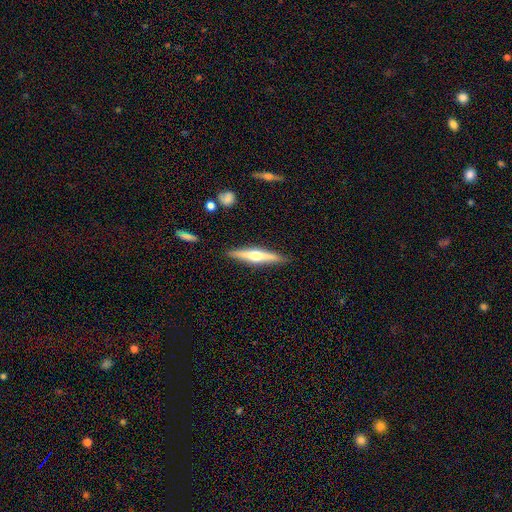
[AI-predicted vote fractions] smooth-or-featured: featured or disk: 63% | smooth: 31% | star or artifact: 5%
  disk-edge-on: yes: 96% | no: 4%
    edge-on-bulge: rounded: 92% | none: 5% | boxy: 3%
  merging: none: 89% | minor disturbance: 8% | major disturbance: 2% | merger: 1%